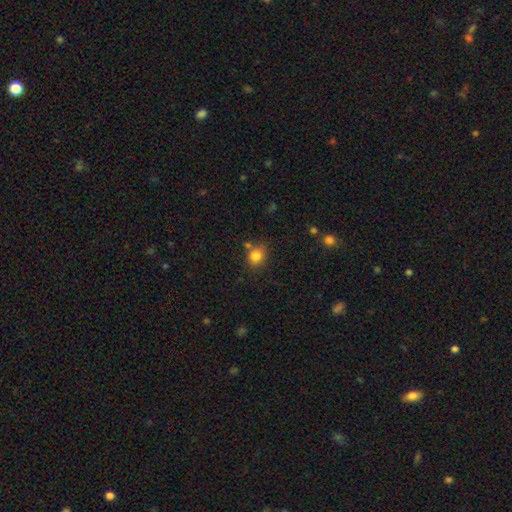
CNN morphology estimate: This appears to be a smooth galaxy with no disk features (82%) that is round (65%). Merging: none (71%).